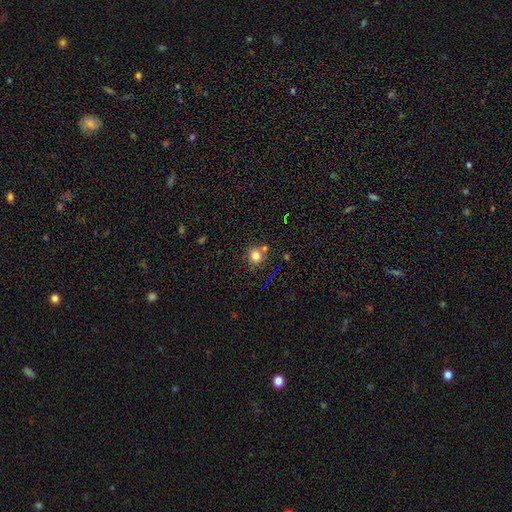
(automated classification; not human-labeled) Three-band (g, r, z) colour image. It shows a smooth galaxy with no disk features (78%) that is round (89%). Merging: none (70%).